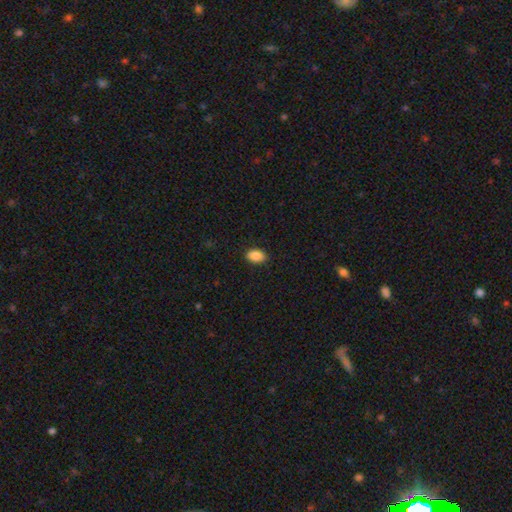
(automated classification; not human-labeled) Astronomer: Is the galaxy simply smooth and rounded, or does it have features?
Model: smooth — 89%.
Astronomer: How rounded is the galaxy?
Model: in between — 88%.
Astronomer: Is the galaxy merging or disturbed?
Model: none — 88%.